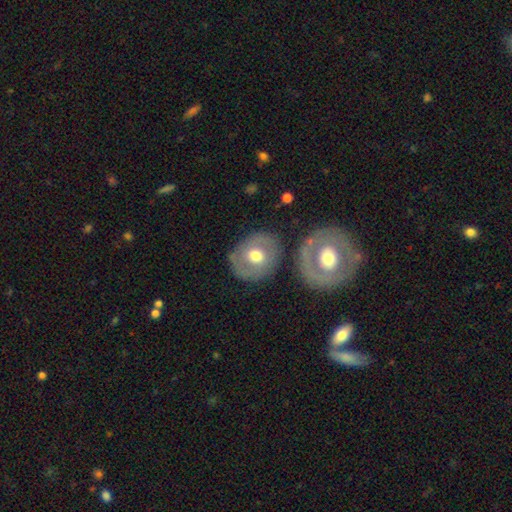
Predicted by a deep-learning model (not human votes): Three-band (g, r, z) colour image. It shows a smooth galaxy with no disk features (49%). Merging: none (76%).